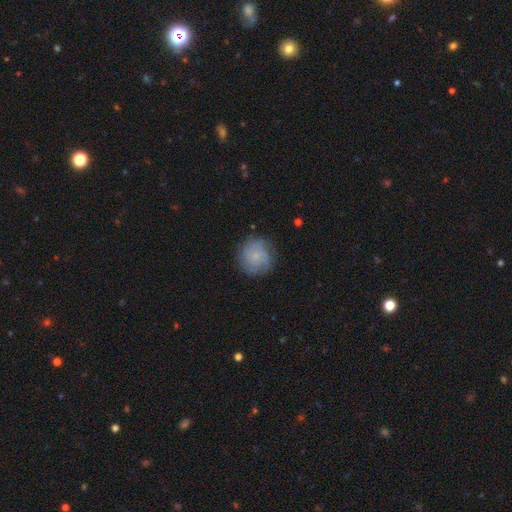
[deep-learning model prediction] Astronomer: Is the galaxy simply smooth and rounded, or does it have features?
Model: smooth — 57% (runner-up: featured or disk, 34%).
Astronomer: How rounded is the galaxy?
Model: round — 91%.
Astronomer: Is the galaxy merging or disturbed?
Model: none — 75%.